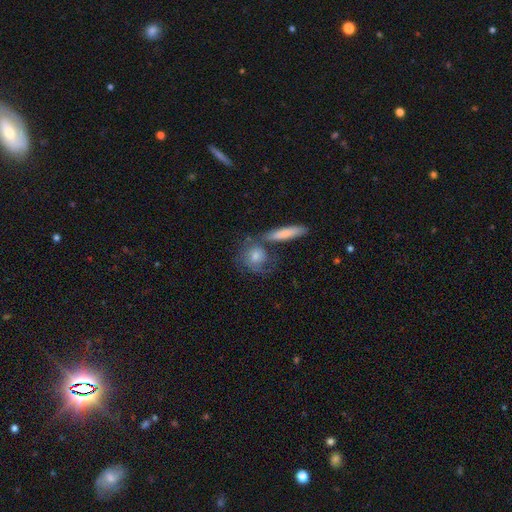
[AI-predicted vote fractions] smooth_or_featured: smooth (p=0.48) [alt: featured or disk p=0.43]
merging: none (p=0.53) [alt: merger p=0.22]